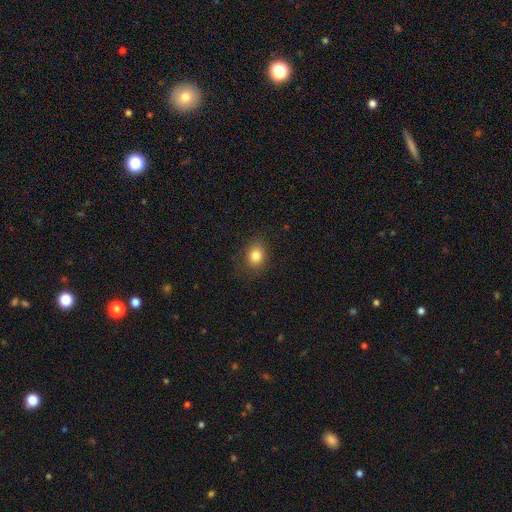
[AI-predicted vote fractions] smooth 82%, star or artifact 11%, featured or disk 7%. Down the decision tree: how rounded — round (51%); merging — none (84%).